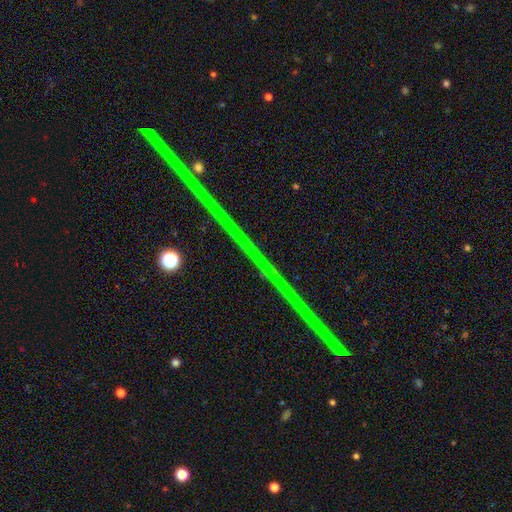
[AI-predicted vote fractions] Overall: star or artifact (80%).